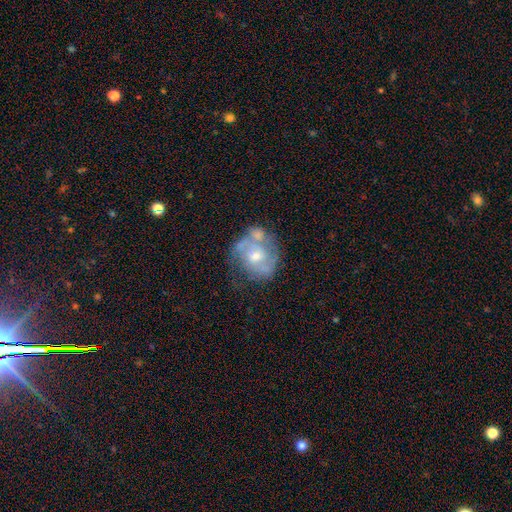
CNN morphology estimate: type=featured or disk (73%); edge-on=no (97%); bar=no (63%); spiral arms=yes (75%); winding=tight (43%); arm count=2 (50%); bulge=moderate (61%); merging=none (46%).